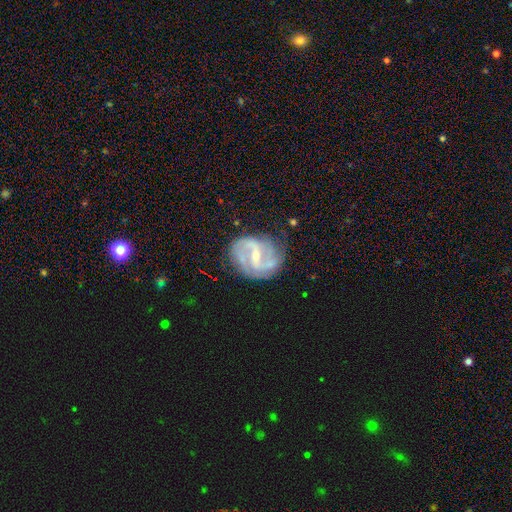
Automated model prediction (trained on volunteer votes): Smooth or featured? Predicted: featured or disk (p=0.86). Edge-on disk? Predicted: no (p=0.97). Bar? Predicted: weak (p=0.44). Spiral arms? Predicted: yes (p=0.94). Spiral winding? Predicted: medium (p=0.47). Spiral arm count? Predicted: 2 (p=0.80). Bulge size? Predicted: small (p=0.67). Merging? Predicted: none (p=0.68).